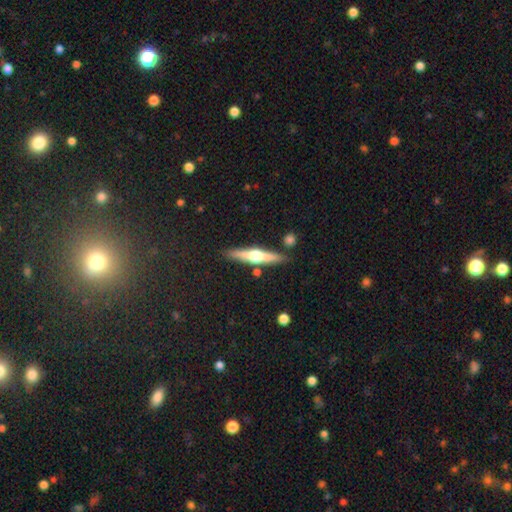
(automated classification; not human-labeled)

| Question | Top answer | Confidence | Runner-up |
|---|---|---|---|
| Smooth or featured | featured or disk | 67% | smooth (27%) |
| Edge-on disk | yes | 97% | no (3%) |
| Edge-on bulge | rounded | 93% | boxy (4%) |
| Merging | none | 85% | minor disturbance (9%) |